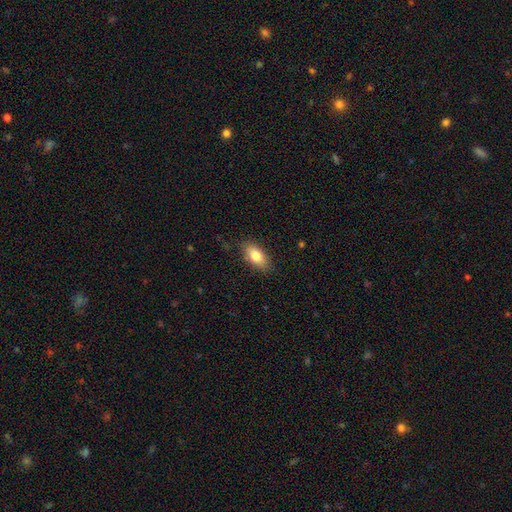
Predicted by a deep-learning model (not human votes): Smooth or featured? Predicted: smooth (p=0.80). How rounded? Predicted: in between (p=0.87). Merging? Predicted: none (p=0.83).